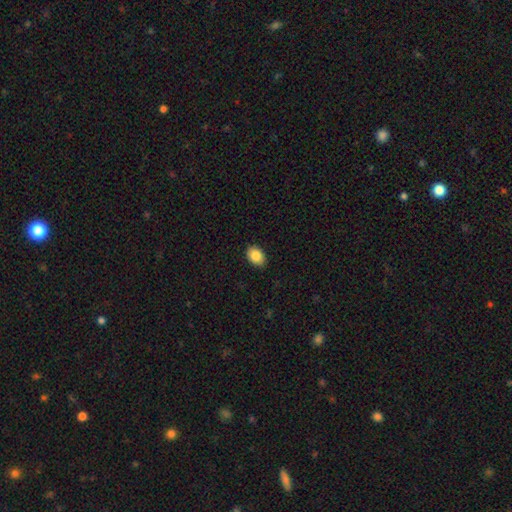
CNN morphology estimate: Smooth or featured?
  - smooth: 87% *
  - star or artifact: 8%
  - featured or disk: 6%
How rounded?
  - in between: 78% *
  - round: 21%
  - cigar-shaped: 1%
Merging?
  - none: 89% *
  - minor disturbance: 8%
  - major disturbance: 2%
  - merger: 1%